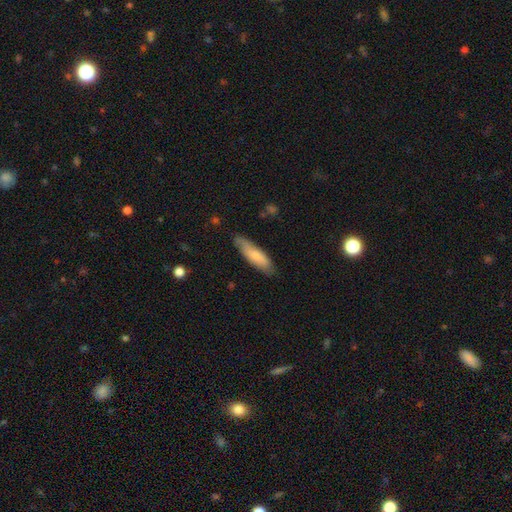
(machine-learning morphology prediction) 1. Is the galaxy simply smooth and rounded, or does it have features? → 71% smooth, 24% featured or disk, 5% star or artifact.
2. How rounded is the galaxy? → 55% cigar-shaped, 43% in between, 2% round.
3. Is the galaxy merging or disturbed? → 76% none, 19% minor disturbance, 4% major disturbance, 1% merger.